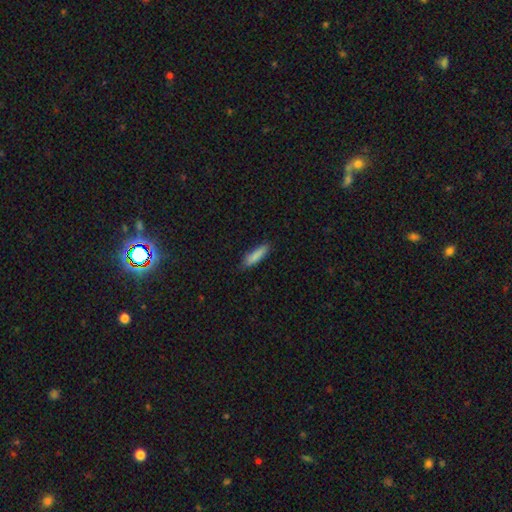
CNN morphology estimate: smooth_or_featured: smooth (p=0.86) [alt: featured or disk p=0.08]
how_rounded: cigar-shaped (p=0.71) [alt: in between p=0.27]
merging: none (p=0.82) [alt: minor disturbance p=0.14]